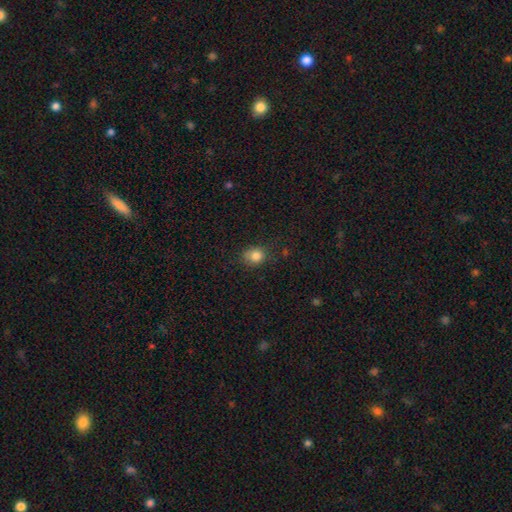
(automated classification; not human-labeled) smooth_or_featured: smooth (p=0.83) [alt: star or artifact p=0.11]
how_rounded: round (p=0.70) [alt: in between p=0.29]
merging: none (p=0.70) [alt: minor disturbance p=0.22]